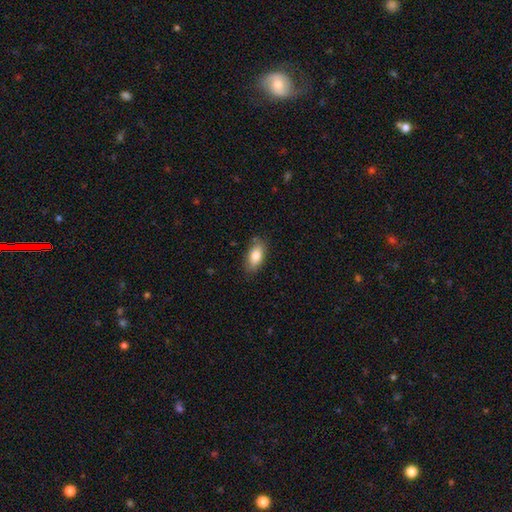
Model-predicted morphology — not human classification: Overall: smooth (81%). How rounded: in between (89%). Merging: none (81%).